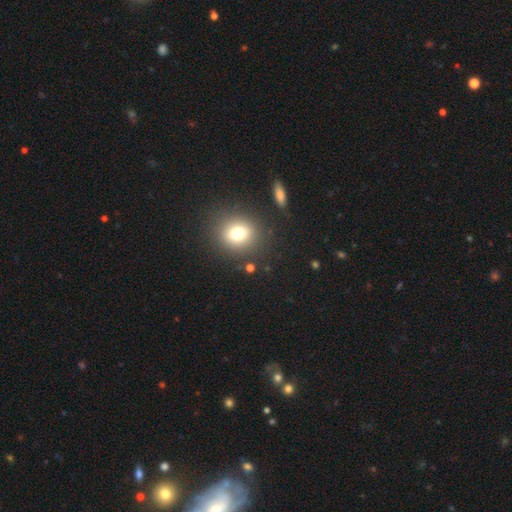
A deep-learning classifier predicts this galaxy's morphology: smooth 59%, star or artifact 31%, featured or disk 10%. Down the decision tree: how rounded — round (82%); merging — none (88%).